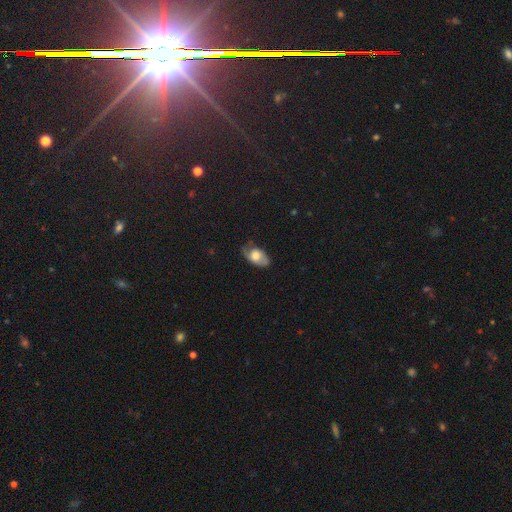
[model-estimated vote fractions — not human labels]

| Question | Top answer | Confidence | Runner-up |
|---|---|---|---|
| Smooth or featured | smooth | 51% | featured or disk (41%) |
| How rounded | in between | 91% | round (7%) |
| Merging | none | 55% | minor disturbance (31%) |